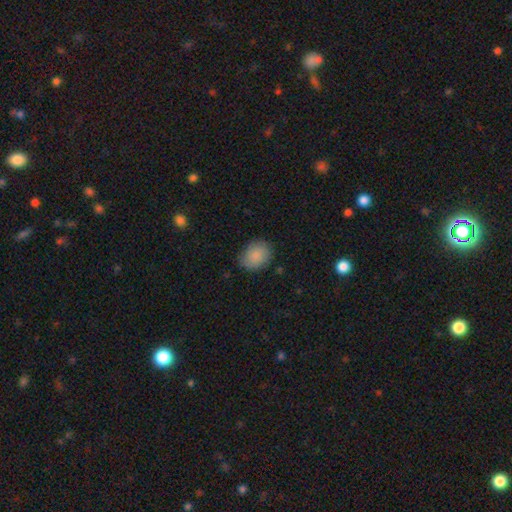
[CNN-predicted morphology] type=smooth (87%); roundness=in between (54%); merging=none (81%).